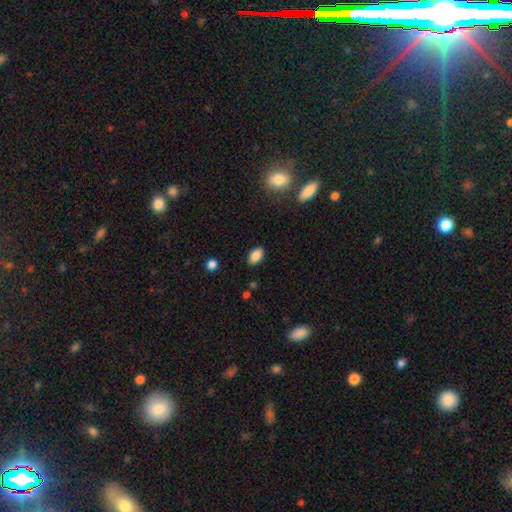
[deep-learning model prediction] A smooth galaxy with no disk features (86%) that is in between round and cigar-shaped (92%).

Vote fractions:
- Smooth or featured? smooth: 86% / star or artifact: 8% / featured or disk: 5%
- How rounded? in between: 92% / round: 6% / cigar-shaped: 2%
- Merging? none: 87% / minor disturbance: 9% / major disturbance: 2% / merger: 1%